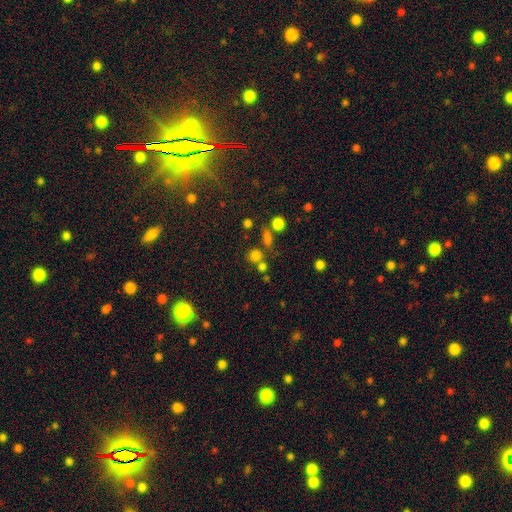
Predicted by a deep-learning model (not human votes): This appears to be a smooth galaxy with no disk features (72%) that is round (81%). Merging: none (64%).